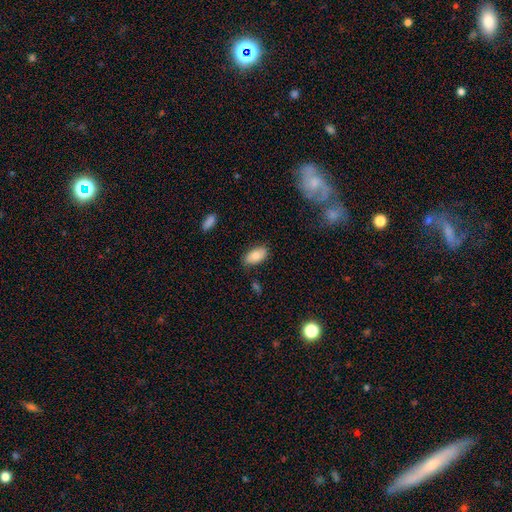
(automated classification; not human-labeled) A smooth galaxy with no disk features (80%) that is in between round and cigar-shaped (94%). Merging: none (80%).